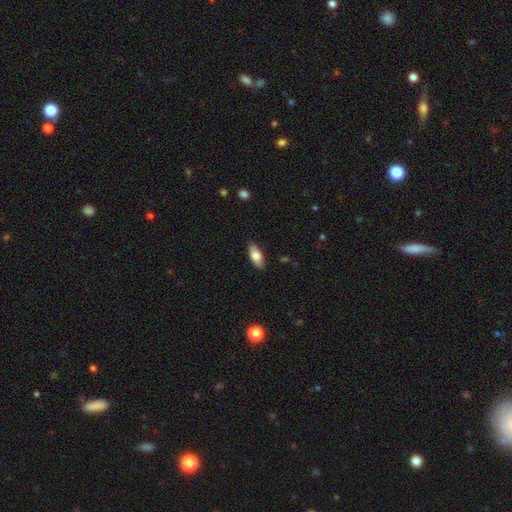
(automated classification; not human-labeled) smooth 74%, featured or disk 19%, star or artifact 6%. Down the decision tree: how rounded — in between (83%); merging — none (87%).